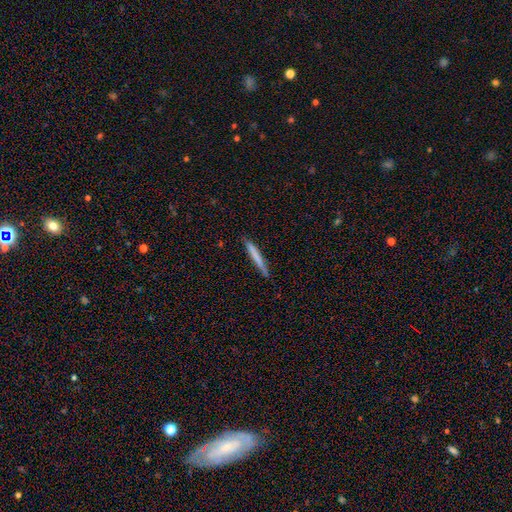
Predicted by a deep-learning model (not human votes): Q: Smooth or featured?
A: smooth (69%); runner-up: featured or disk (25%)
Q: How rounded?
A: cigar-shaped (96%); runner-up: in between (2%)
Q: Merging?
A: none (88%); runner-up: minor disturbance (9%)